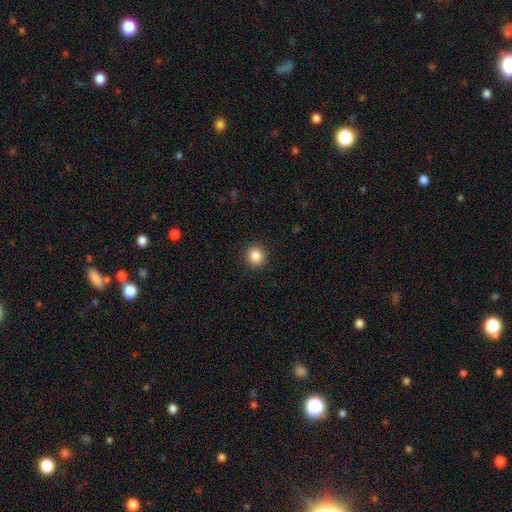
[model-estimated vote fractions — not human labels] smooth_or_featured: smooth (p=0.86) [alt: star or artifact p=0.10]
how_rounded: round (p=0.91) [alt: in between p=0.08]
merging: none (p=0.91) [alt: minor disturbance p=0.06]